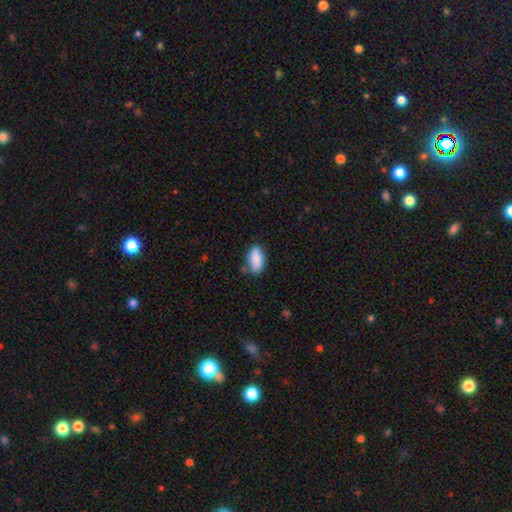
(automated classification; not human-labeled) Smooth or featured: smooth — 87% (star or artifact — 7%)
How rounded: in between — 89% (cigar-shaped — 8%)
Merging: none — 73% (minor disturbance — 20%)